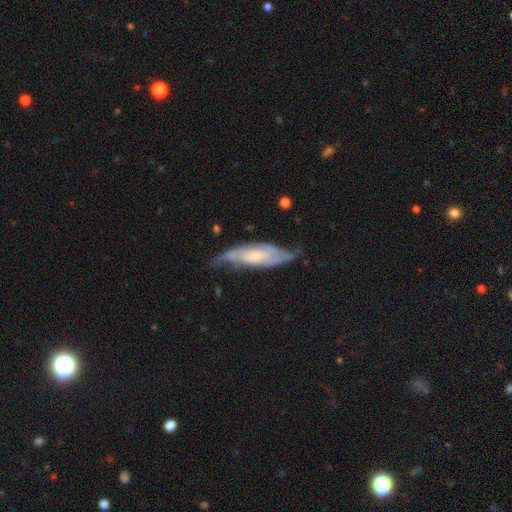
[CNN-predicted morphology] This is likely a featured or disk galaxy (73%). It is likely not viewed edge-on (75%). Bar: likely no (60%). Spiral arm pattern: clearly yes (88%). Central bulge: marginally moderate (41%). Merging: possibly none (54%).